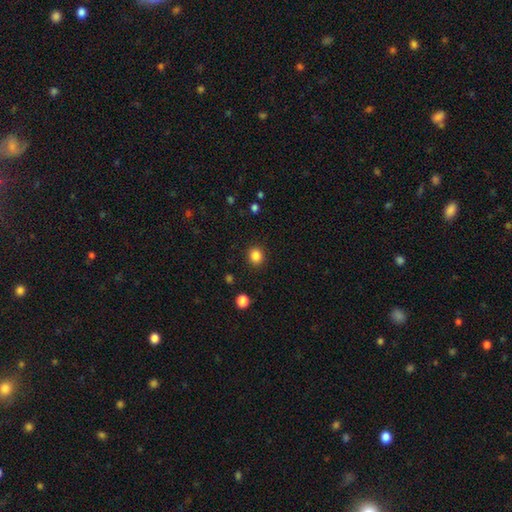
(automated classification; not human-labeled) Smooth or featured?
  - smooth: 85% *
  - star or artifact: 11%
  - featured or disk: 4%
How rounded?
  - round: 82% *
  - in between: 18%
  - cigar-shaped: 1%
Merging?
  - none: 90% *
  - minor disturbance: 6%
  - major disturbance: 2%
  - merger: 1%